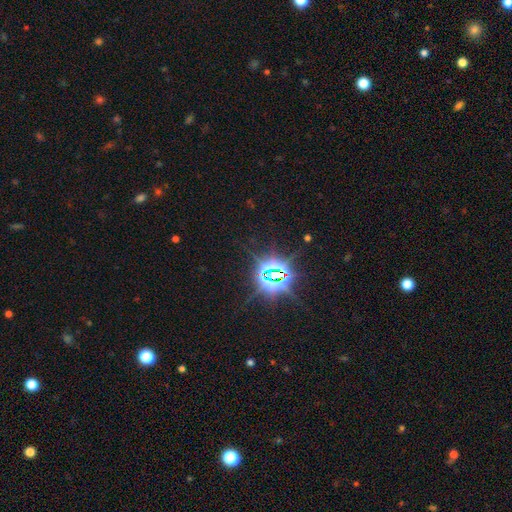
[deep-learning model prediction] smooth-or-featured: star or artifact: 84% | smooth: 10% | featured or disk: 6%